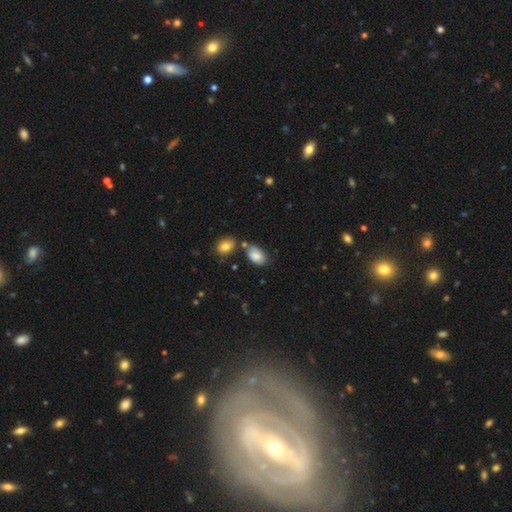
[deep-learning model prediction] smooth-or-featured: smooth: 84% | featured or disk: 8% | star or artifact: 8%
  how-rounded: in between: 90% | round: 9% | cigar-shaped: 1%
  merging: none: 56% | minor disturbance: 22% | merger: 16% | major disturbance: 5%